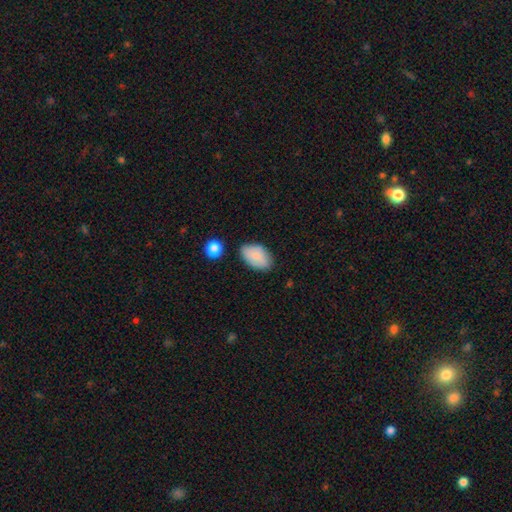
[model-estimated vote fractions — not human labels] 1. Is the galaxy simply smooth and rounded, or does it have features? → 83% smooth, 10% featured or disk, 7% star or artifact.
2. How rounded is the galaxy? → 93% in between, 6% round, 1% cigar-shaped.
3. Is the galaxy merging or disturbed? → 74% none, 18% minor disturbance, 4% major disturbance, 3% merger.